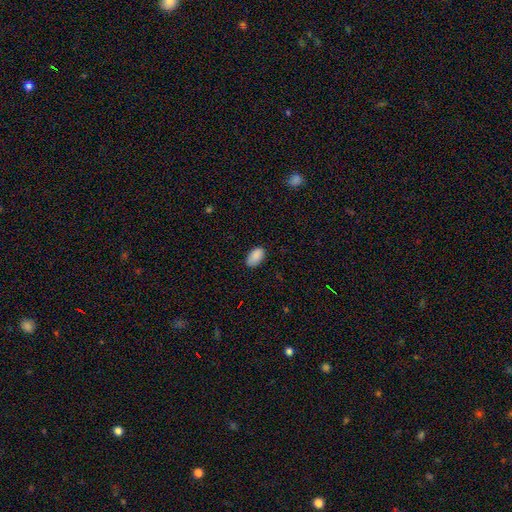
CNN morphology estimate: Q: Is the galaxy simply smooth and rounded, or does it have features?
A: smooth — 89%.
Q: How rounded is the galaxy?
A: in between — 94%.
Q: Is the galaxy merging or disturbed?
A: none — 83%.